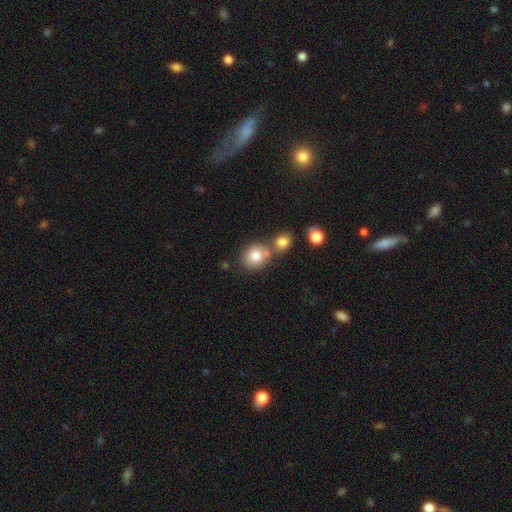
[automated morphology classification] smooth-or-featured: smooth: 81% | featured or disk: 10% | star or artifact: 9%
  how-rounded: round: 77% | in between: 22% | cigar-shaped: 1%
  merging: none: 55% | merger: 31% | minor disturbance: 11% | major disturbance: 3%